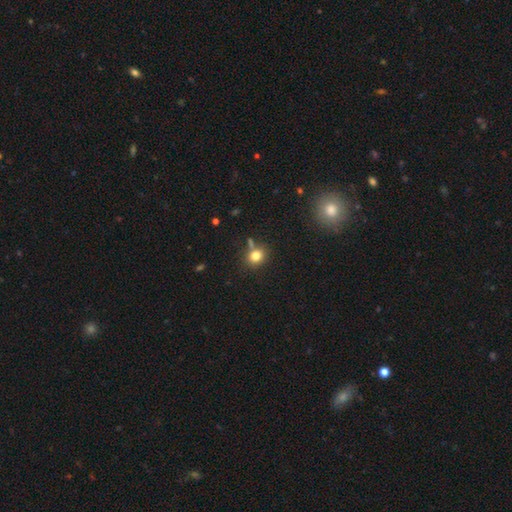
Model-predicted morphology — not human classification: Smooth or featured? smooth (80%)
How rounded? round (67%)
Merging? none (69%)